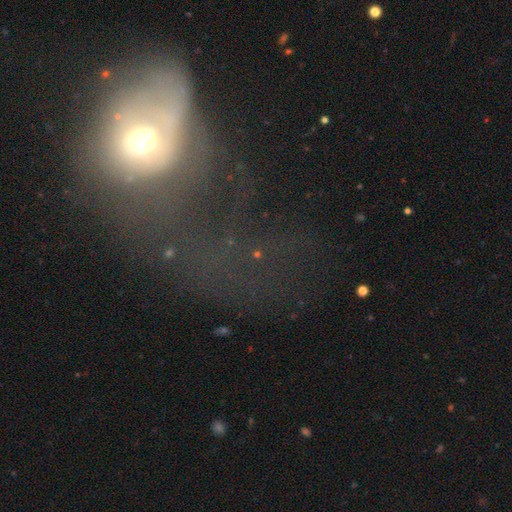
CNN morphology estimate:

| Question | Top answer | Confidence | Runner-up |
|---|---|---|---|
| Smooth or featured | smooth | 42% | featured or disk (33%) |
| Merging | major disturbance | 63% | none (16%) |